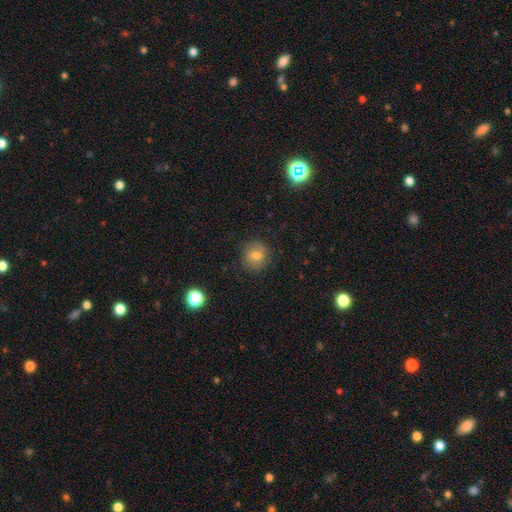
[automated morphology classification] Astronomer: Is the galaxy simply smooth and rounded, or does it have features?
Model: smooth — 67%.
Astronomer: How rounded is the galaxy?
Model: round — 87%.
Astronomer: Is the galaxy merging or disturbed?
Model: none — 82%.